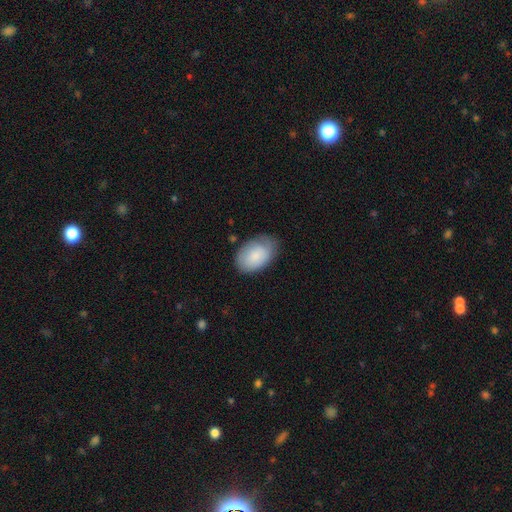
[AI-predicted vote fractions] The model was most divided on "merging": none: 65%, minor disturbance: 27%, major disturbance: 7%, merger: 2%. More confident: how rounded — in between (89%); smooth or featured — smooth (80%).